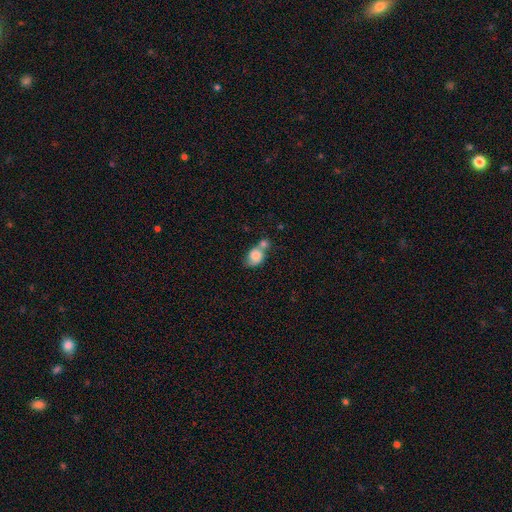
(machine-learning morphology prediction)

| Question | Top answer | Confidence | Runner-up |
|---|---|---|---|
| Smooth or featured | smooth | 76% | featured or disk (15%) |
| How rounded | in between | 55% | round (43%) |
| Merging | merger | 55% | none (24%) |